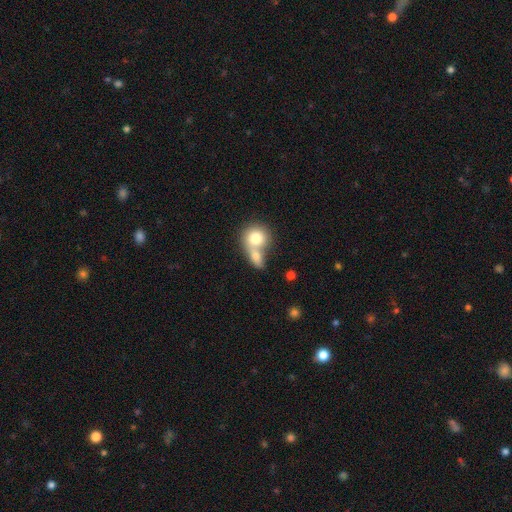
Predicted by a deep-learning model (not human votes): Smooth or featured? Predicted: smooth (p=0.77). How rounded? Predicted: round (p=0.57). Merging? Predicted: merger (p=0.67).